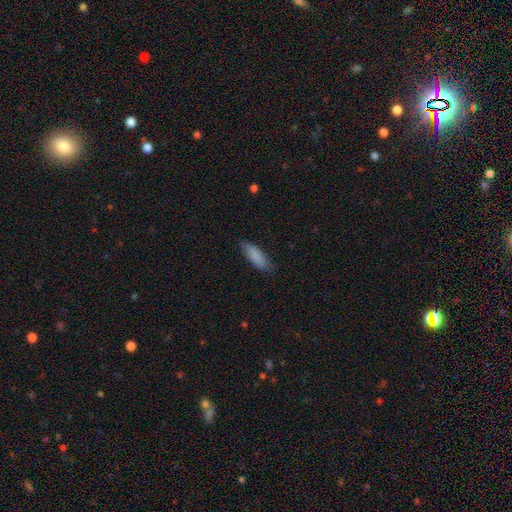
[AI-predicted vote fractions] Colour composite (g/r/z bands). It shows a smooth galaxy with no disk features (87%) that is in between round and cigar-shaped (55%). Merging: none (81%).